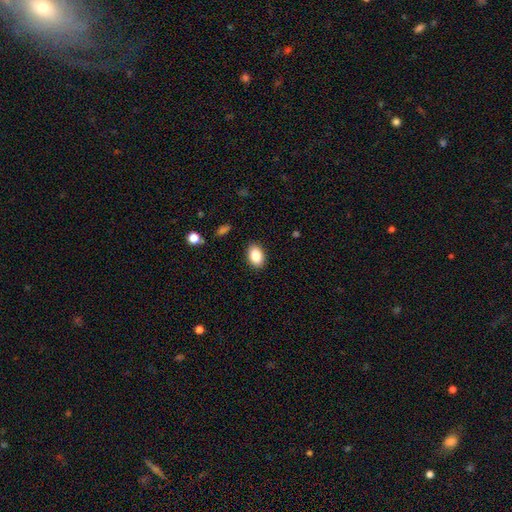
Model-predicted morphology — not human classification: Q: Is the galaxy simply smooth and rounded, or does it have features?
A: smooth — 87%.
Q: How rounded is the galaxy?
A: in between — 85%.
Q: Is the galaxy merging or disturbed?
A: none — 88%.